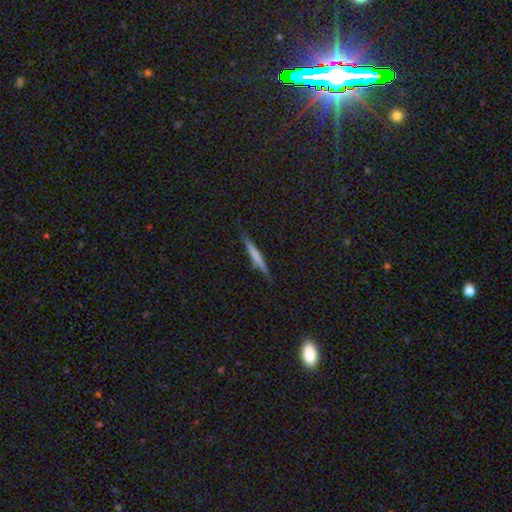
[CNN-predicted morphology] The model was most divided on "smooth or featured": smooth: 58%, featured or disk: 34%, star or artifact: 8%. More confident: how rounded — cigar-shaped (95%); merging — none (88%).